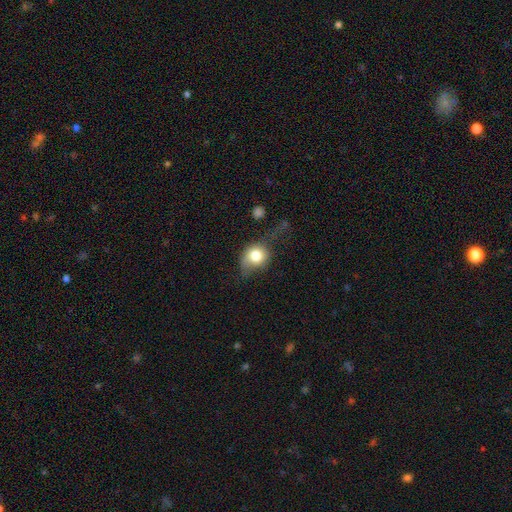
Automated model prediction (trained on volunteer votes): The model was most divided on "merging" (2-way tie): minor disturbance: 33%, none: 33%, major disturbance: 30%, merger: 4%. More confident: smooth or featured — smooth (73%); how rounded — round (59%).